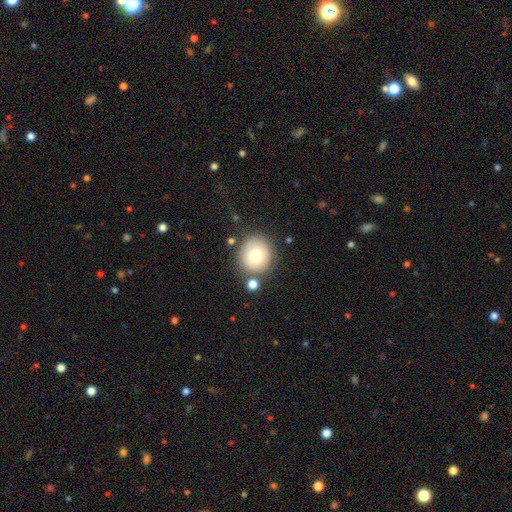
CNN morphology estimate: type=smooth (70%); roundness=round (89%); merging=none (76%).